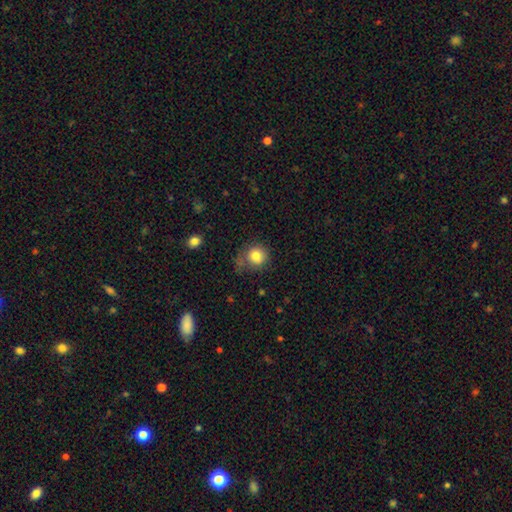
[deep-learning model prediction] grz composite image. It shows a smooth galaxy with no disk features (81%) that is round (86%). Merging: none (59%).